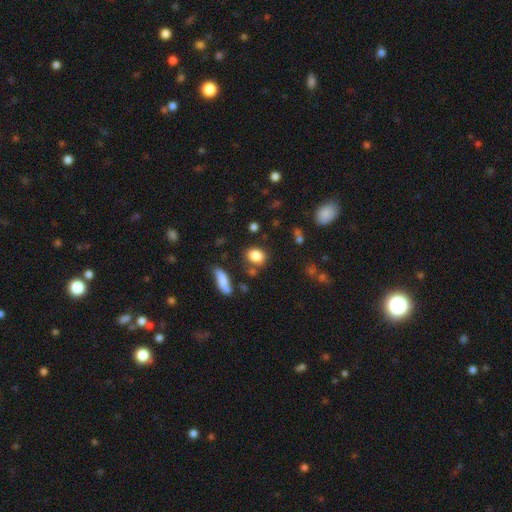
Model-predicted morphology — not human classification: type=smooth (84%); roundness=in between (50%); merging=none (75%).